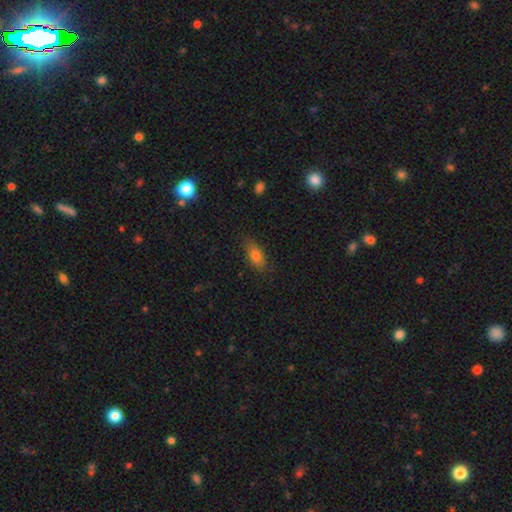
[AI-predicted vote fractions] A smooth galaxy with no disk features (79%) that is in between round and cigar-shaped (85%). Merging: none (77%).